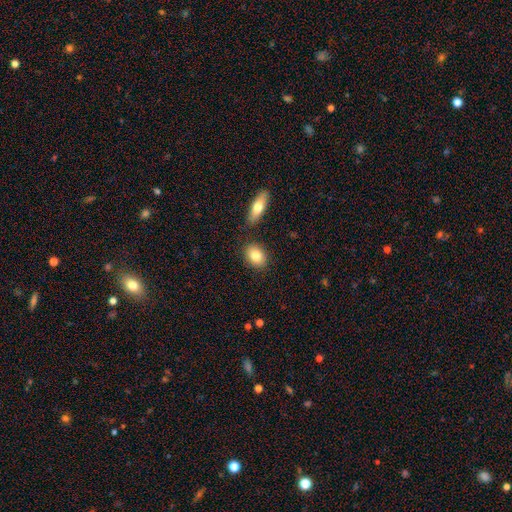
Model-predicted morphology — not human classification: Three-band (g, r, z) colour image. It shows a smooth galaxy with no disk features (82%) that is in between round and cigar-shaped (67%). Merging: none (82%).